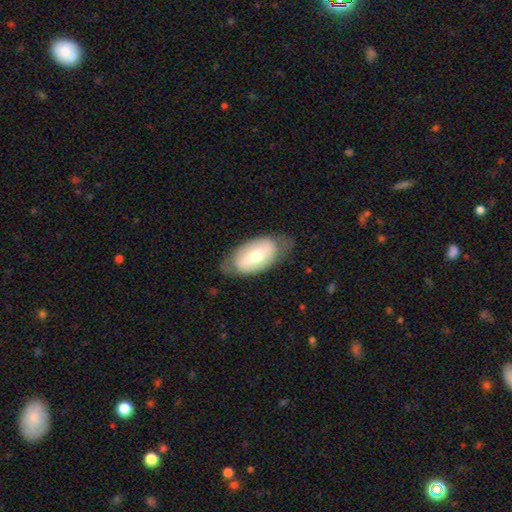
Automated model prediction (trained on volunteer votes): Morphology: type=featured or disk (48%); merging=none (65%).